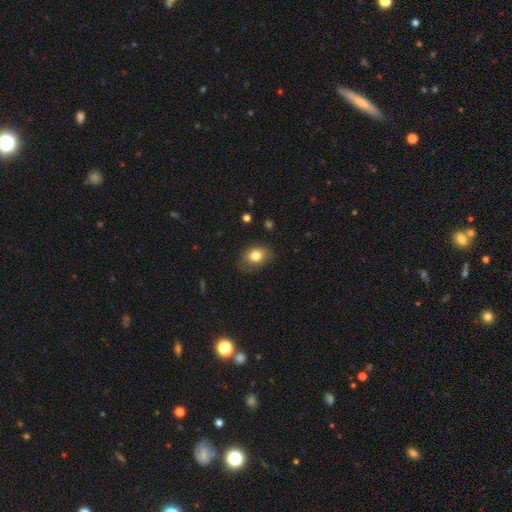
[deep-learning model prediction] smooth 80%, featured or disk 11%, star or artifact 9%. Down the decision tree: how rounded — in between (64%); merging — none (73%).